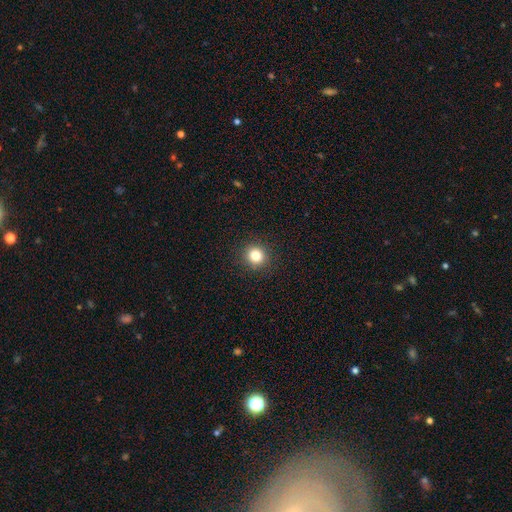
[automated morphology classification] smooth_or_featured: smooth (p=0.82) [alt: star or artifact p=0.12]
how_rounded: round (p=0.92) [alt: in between p=0.08]
merging: none (p=0.92) [alt: minor disturbance p=0.05]